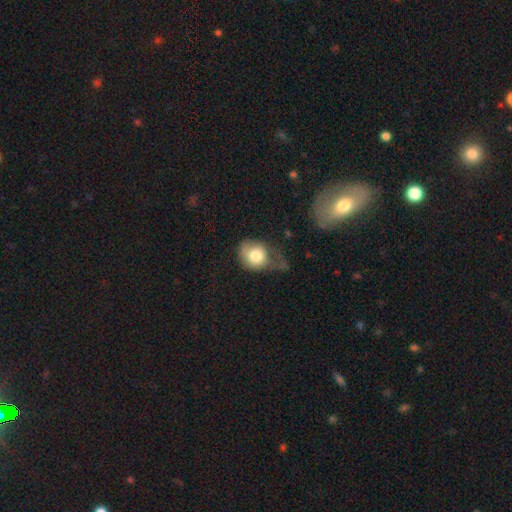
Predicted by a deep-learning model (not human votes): Overall: smooth (75%). How rounded: round (63%; in between 36%). Merging: major disturbance (37%; minor disturbance 34%).